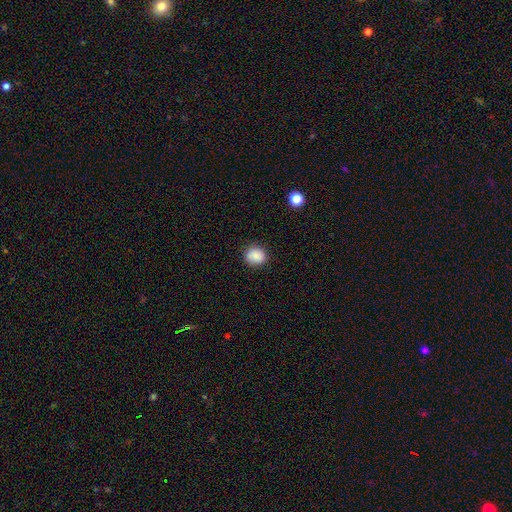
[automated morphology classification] Overall: smooth (86%). How rounded: round (81%). Merging: none (85%).